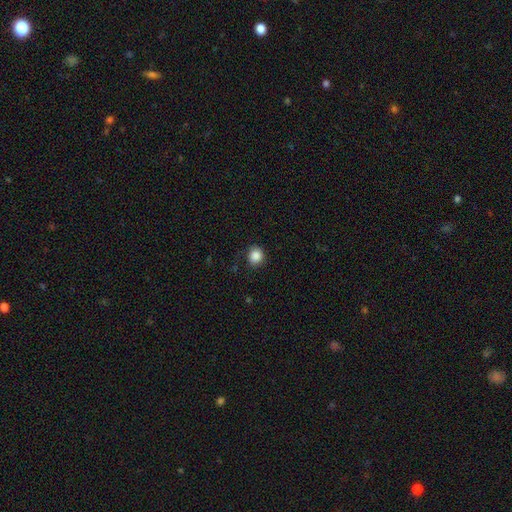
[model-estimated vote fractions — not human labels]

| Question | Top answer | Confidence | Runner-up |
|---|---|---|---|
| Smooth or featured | smooth | 87% | star or artifact (10%) |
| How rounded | round | 80% | in between (19%) |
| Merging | none | 83% | minor disturbance (13%) |